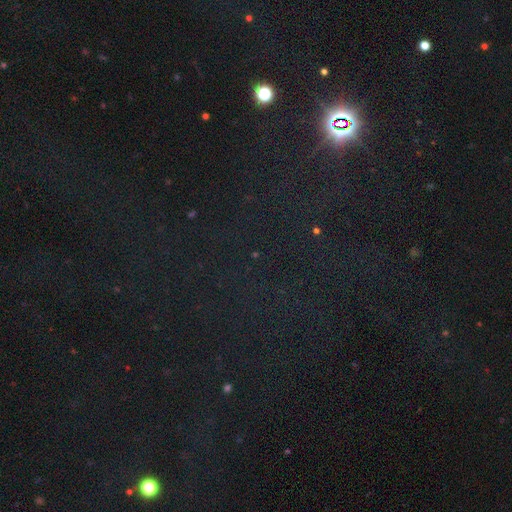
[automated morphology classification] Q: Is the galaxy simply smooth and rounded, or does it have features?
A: star or artifact — 80%.